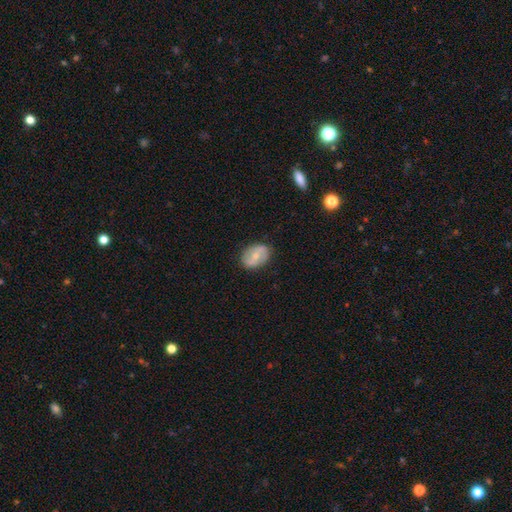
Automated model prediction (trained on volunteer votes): featured or disk 47%, smooth 46%, star or artifact 7%. Down the decision tree: merging — none (82%).